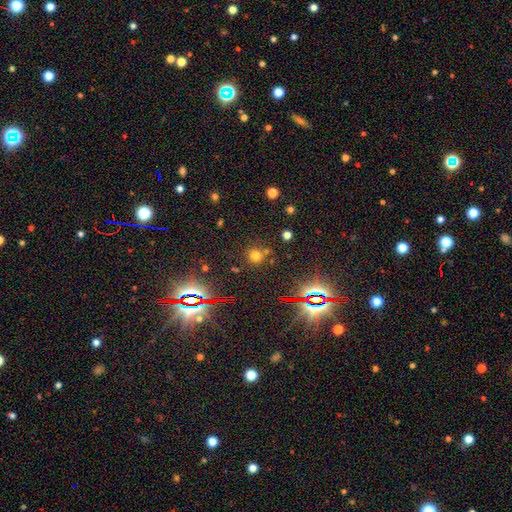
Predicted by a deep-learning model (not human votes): Morphology: type=smooth (60%); roundness=round (90%); merging=none (75%).